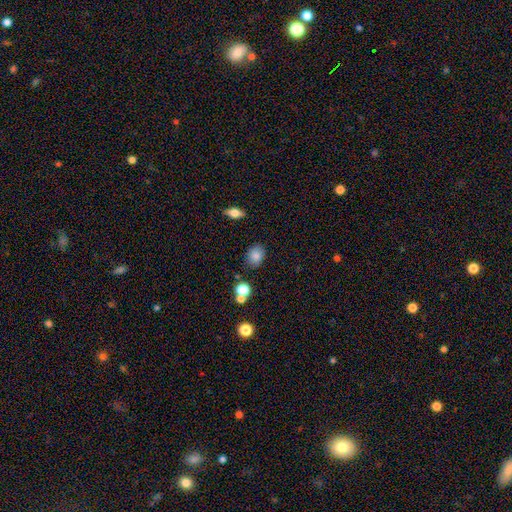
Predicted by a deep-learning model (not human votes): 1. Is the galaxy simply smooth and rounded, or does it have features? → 83% smooth, 10% star or artifact, 7% featured or disk.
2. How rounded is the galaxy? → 65% in between, 34% round, 1% cigar-shaped.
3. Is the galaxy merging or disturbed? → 80% none, 13% minor disturbance, 4% merger, 3% major disturbance.